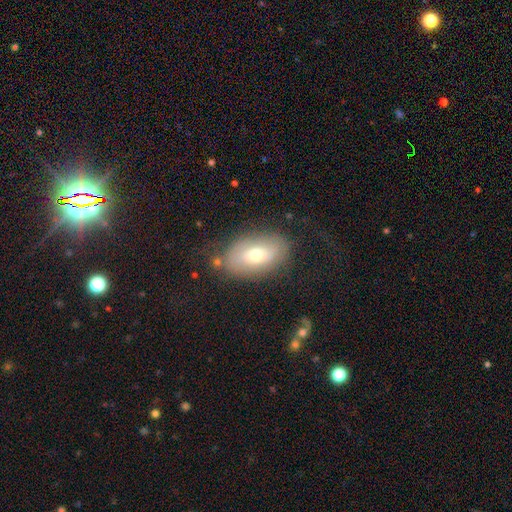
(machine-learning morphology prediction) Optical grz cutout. It shows a smooth galaxy with no disk features (57%) that is in between round and cigar-shaped (90%). Merging: none (76%).